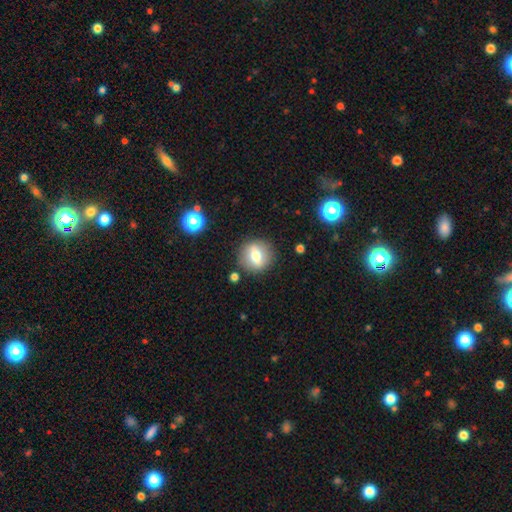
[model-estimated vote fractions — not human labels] smooth 58%, featured or disk 32%, star or artifact 10%. Down the decision tree: how rounded — round (83%); merging — none (87%).